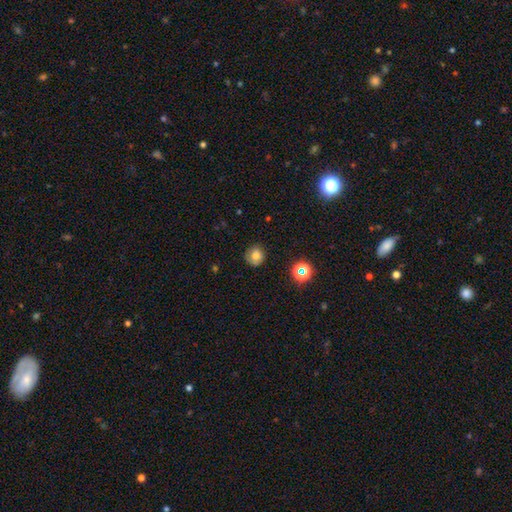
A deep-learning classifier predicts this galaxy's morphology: A smooth galaxy with no disk features (74%) that is round (87%). Merging: none (81%).